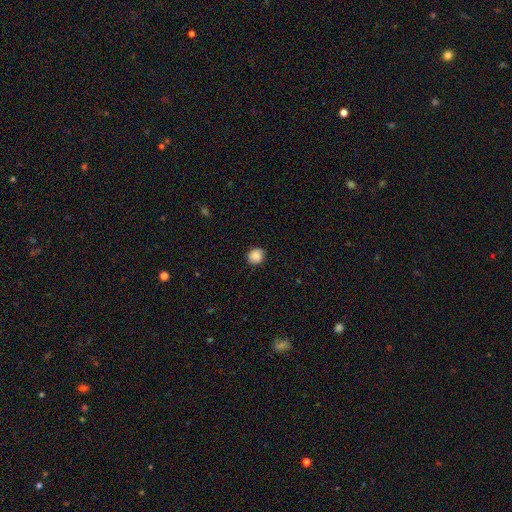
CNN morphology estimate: This is clearly a smooth galaxy (84%). How rounded: clearly round (83%). Merging: clearly none (84%).